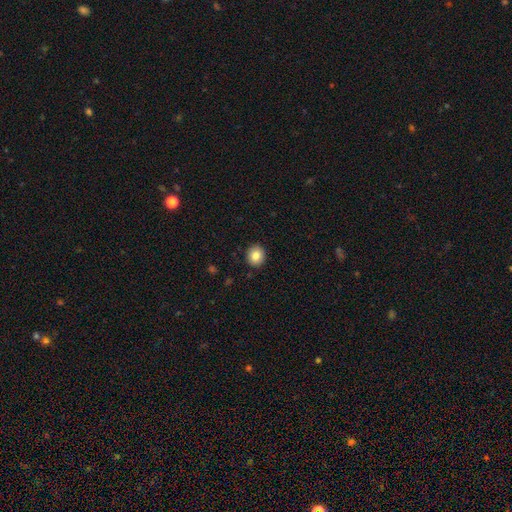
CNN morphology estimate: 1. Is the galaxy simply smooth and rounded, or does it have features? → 84% smooth, 9% star or artifact, 7% featured or disk.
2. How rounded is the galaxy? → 84% round, 15% in between, 1% cigar-shaped.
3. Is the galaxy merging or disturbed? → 91% none, 6% minor disturbance, 2% major disturbance, 1% merger.